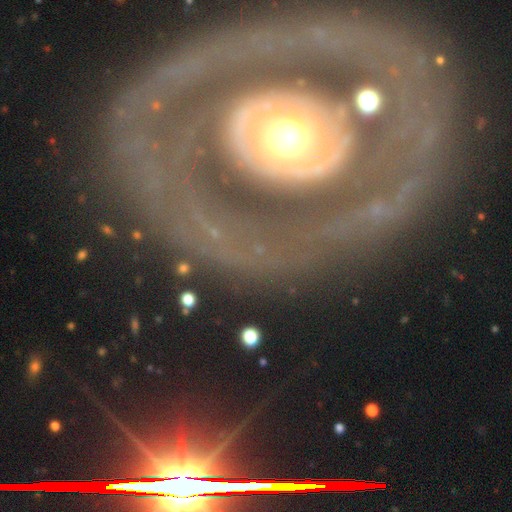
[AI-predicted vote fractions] smooth-or-featured: featured or disk: 78% | smooth: 14% | star or artifact: 8%
  disk-edge-on: no: 94% | yes: 6%
    bar: no: 76% | weak: 13% | strong: 11%
    has-spiral-arms: yes: 58% | no: 42%
    bulge-size: moderate: 59% | large: 26% | small: 7% | dominant: 5% | none: 2%
  merging: none: 68% | major disturbance: 15% | minor disturbance: 13% | merger: 4%